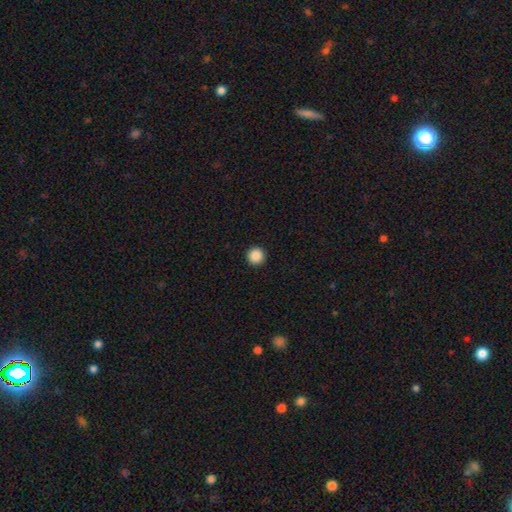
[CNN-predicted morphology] This is clearly a smooth galaxy (88%). How rounded: clearly round (96%). Merging: clearly none (94%).